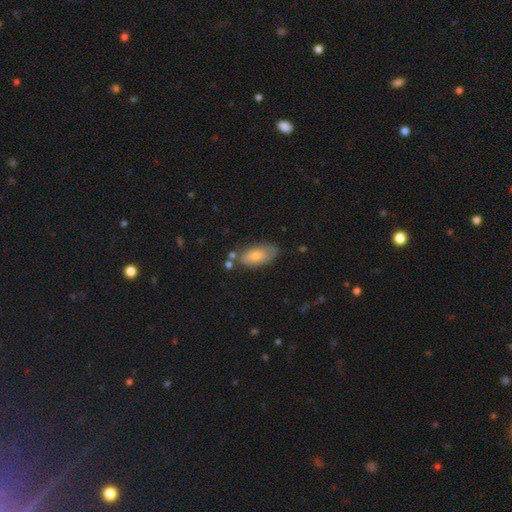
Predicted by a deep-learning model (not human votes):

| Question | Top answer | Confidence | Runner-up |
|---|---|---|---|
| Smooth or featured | smooth | 68% | featured or disk (25%) |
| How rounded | in between | 91% | cigar-shaped (5%) |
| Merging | none | 61% | minor disturbance (25%) |